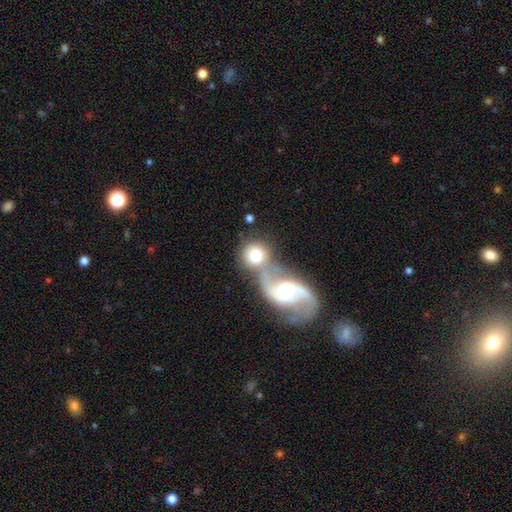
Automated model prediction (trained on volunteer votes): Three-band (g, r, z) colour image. It shows a smooth galaxy with no disk features (60%) that is round (78%). Merging: merger (59%).